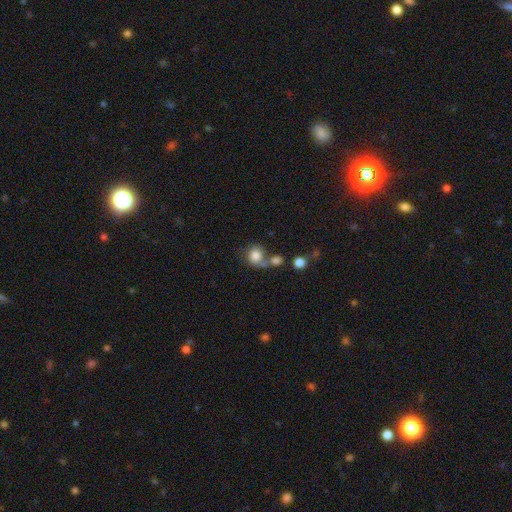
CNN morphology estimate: This appears to be a smooth galaxy with no disk features (79%) that is round (78%). Merging: none (39%).